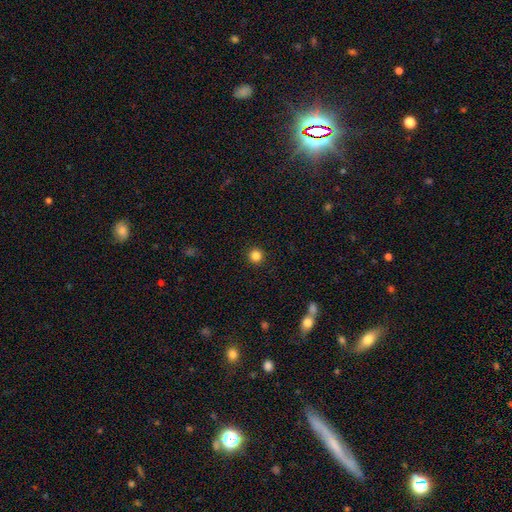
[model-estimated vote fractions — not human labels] Overall: smooth (85%). How rounded: round (95%). Merging: none (93%).